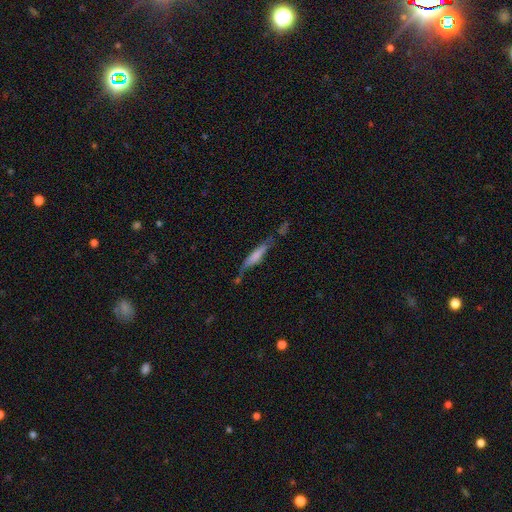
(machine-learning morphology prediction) type=smooth (57%); roundness=cigar-shaped (82%); merging=none (46%).